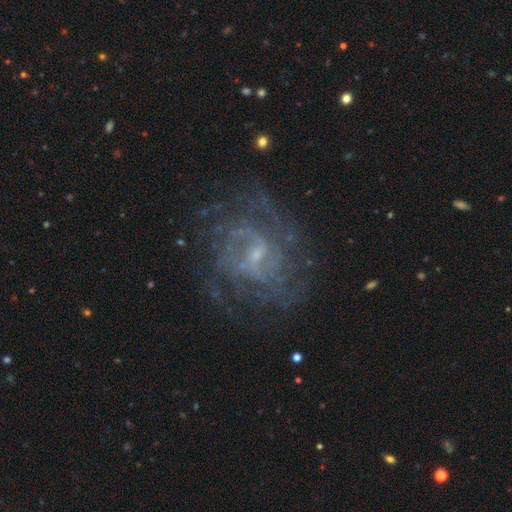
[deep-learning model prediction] Overall: featured or disk (83%). Edge-on disk: no (97%). Bar: weak (56%; no 29%). Spiral arms: yes (90%). Spiral arm count: can't tell (40%; 2 25%). Spiral winding: tight (44%; medium 41%). Bulge size: small (71%). Merging: none (71%).